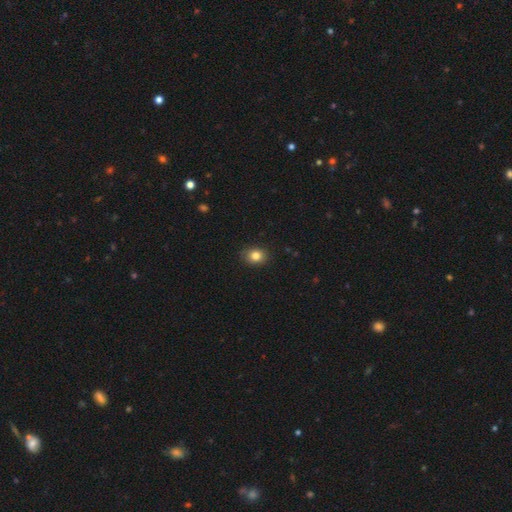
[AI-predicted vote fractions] Smooth or featured: smooth — 83% (star or artifact — 10%)
How rounded: in between — 51% (round — 48%)
Merging: none — 85% (minor disturbance — 12%)